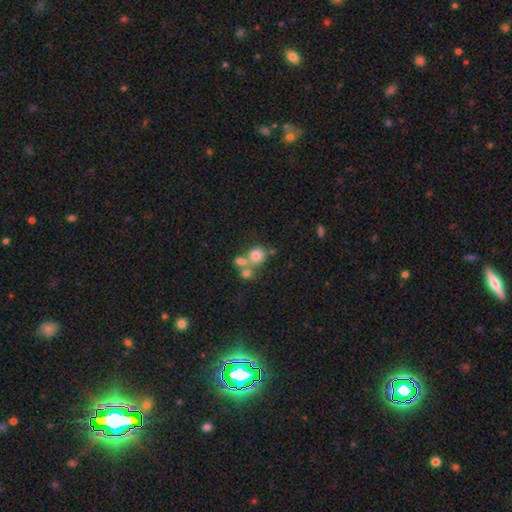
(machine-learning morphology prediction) smooth 74%, featured or disk 14%, star or artifact 13%. Down the decision tree: how rounded — round (76%); merging — merger (45%).